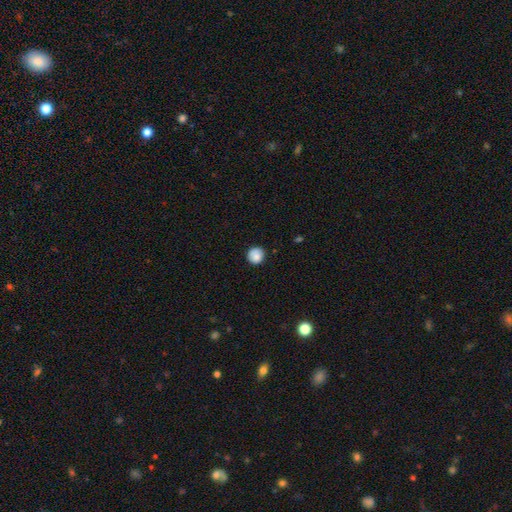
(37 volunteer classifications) smooth_or_featured: smooth (p=0.89) [alt: featured or disk p=0.05]
how_rounded: round (p=0.97) [alt: in between p=0.03]
merging: none (p=0.89) [alt: minor disturbance p=0.11]